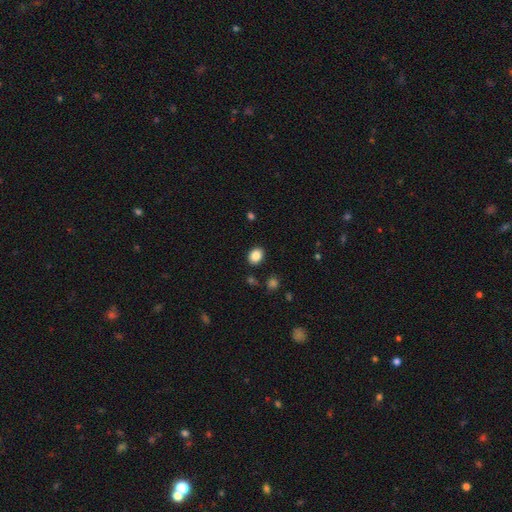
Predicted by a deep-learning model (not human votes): This appears to be a smooth galaxy with no disk features (87%) that is in between round and cigar-shaped (61%). Merging: none (88%).